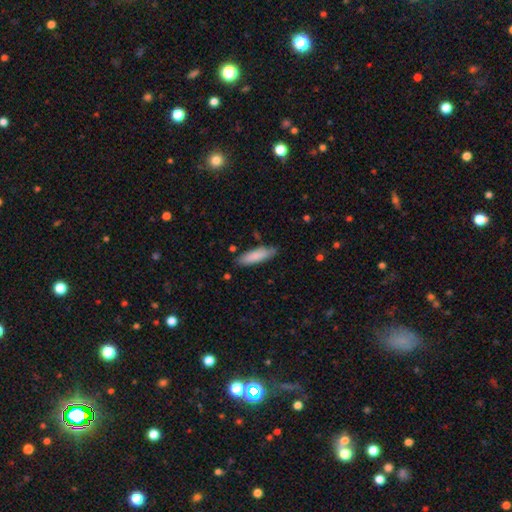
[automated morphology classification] A smooth galaxy with no disk features (85%) that is cigar-shaped (54%). Merging: none (80%).